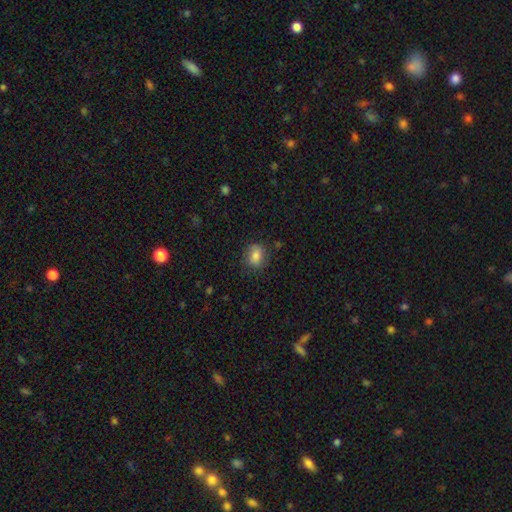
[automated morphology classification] Smooth or featured?
  - smooth: 78% *
  - featured or disk: 13%
  - star or artifact: 9%
How rounded?
  - round: 52% *
  - in between: 47%
  - cigar-shaped: 1%
Merging?
  - none: 77% *
  - minor disturbance: 16%
  - major disturbance: 5%
  - merger: 1%